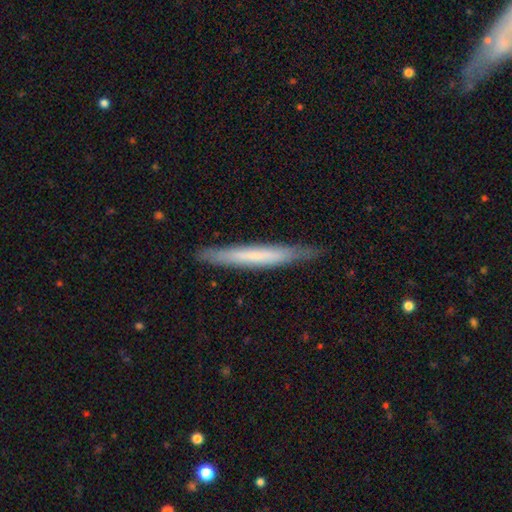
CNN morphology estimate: The model was most divided on "smooth or featured": smooth: 55%, featured or disk: 39%, star or artifact: 6%. More confident: how rounded — cigar-shaped (96%); merging — none (85%).